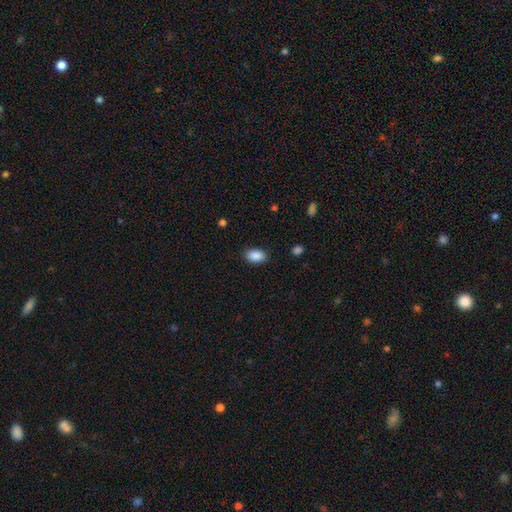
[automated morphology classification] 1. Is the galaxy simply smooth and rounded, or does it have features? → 89% smooth, 7% star or artifact, 3% featured or disk.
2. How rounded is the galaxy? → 92% in between, 7% round, 2% cigar-shaped.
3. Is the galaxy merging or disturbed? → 87% none, 10% minor disturbance, 3% major disturbance, 1% merger.